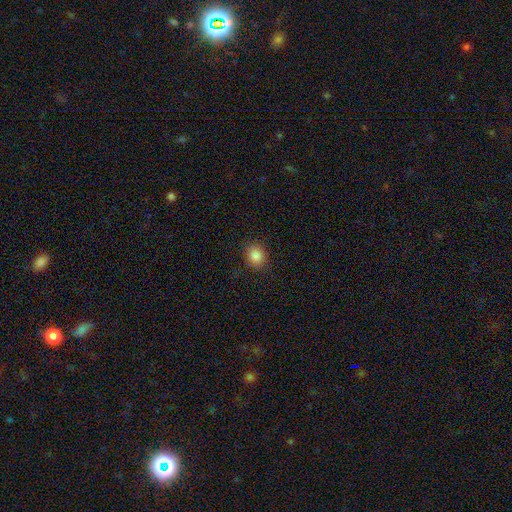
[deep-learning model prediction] Smooth or featured: smooth — 84% (star or artifact — 11%)
How rounded: round — 73% (in between — 26%)
Merging: none — 89% (minor disturbance — 8%)